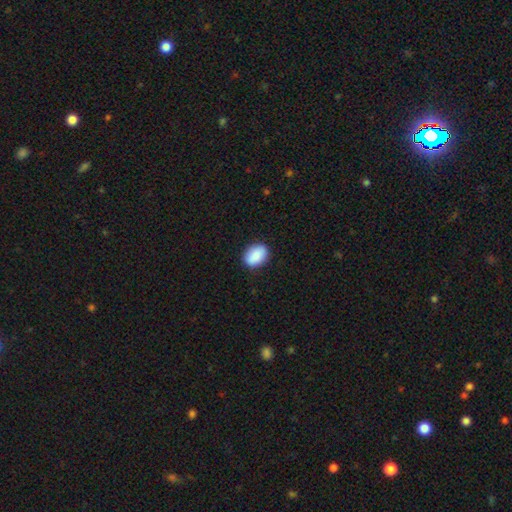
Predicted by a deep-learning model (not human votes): A smooth galaxy with no disk features (88%) that is in between round and cigar-shaped (73%).

Vote fractions:
- Smooth or featured? smooth: 88% / star or artifact: 7% / featured or disk: 5%
- How rounded? in between: 73% / round: 26% / cigar-shaped: 1%
- Merging? none: 86% / minor disturbance: 10% / major disturbance: 2% / merger: 1%